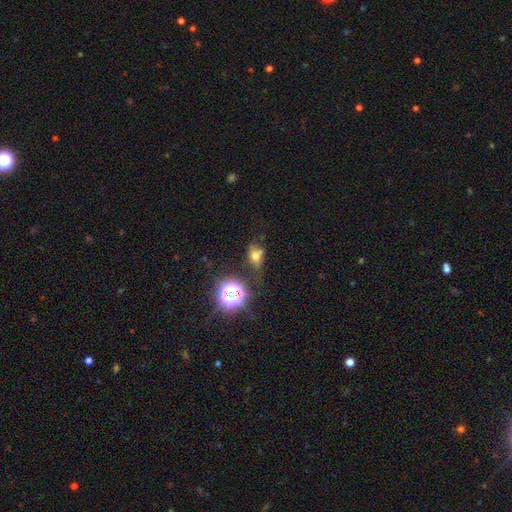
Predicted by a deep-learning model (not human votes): Morphology: type=smooth (54%); roundness=in between (67%); merging=none (53%).